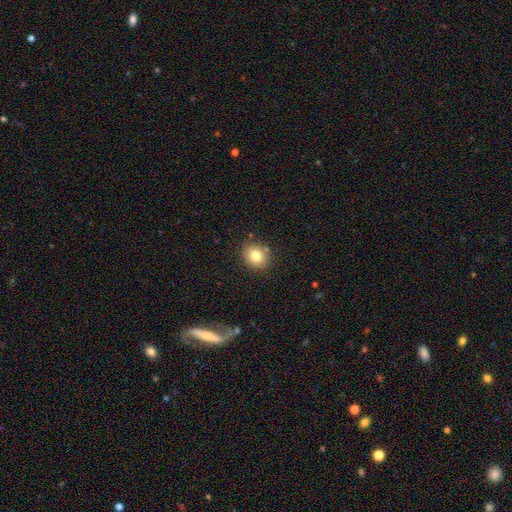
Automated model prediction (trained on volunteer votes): Smooth or featured? Predicted: smooth (p=0.80). How rounded? Predicted: round (p=0.72). Merging? Predicted: none (p=0.84).